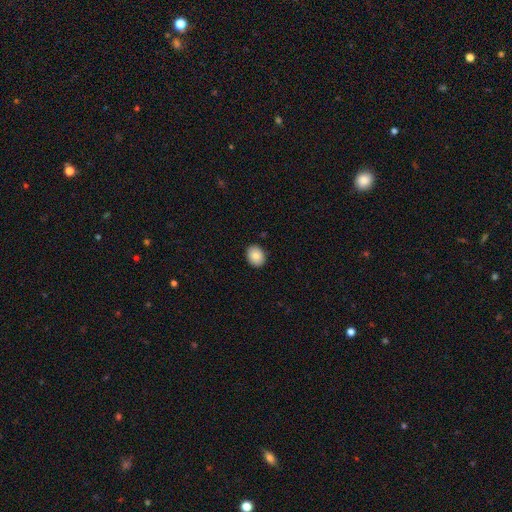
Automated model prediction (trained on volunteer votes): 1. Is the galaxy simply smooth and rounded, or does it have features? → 85% smooth, 8% star or artifact, 7% featured or disk.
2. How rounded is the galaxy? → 52% in between, 47% round, 1% cigar-shaped.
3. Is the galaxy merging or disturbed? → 90% none, 7% minor disturbance, 2% major disturbance, 1% merger.